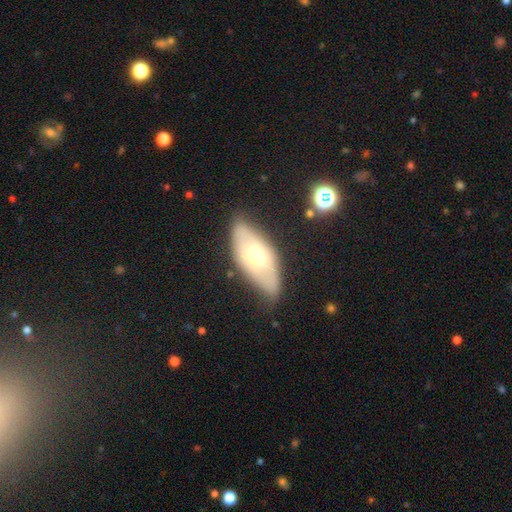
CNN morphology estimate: This is possibly a smooth galaxy (54%). How rounded: clearly in between (86%). Merging: likely none (70%).